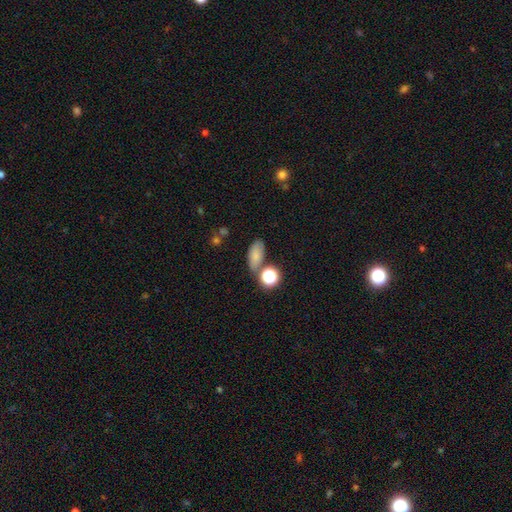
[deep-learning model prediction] A smooth galaxy with no disk features (76%) that is in between round and cigar-shaped (84%). Merging: none (64%).